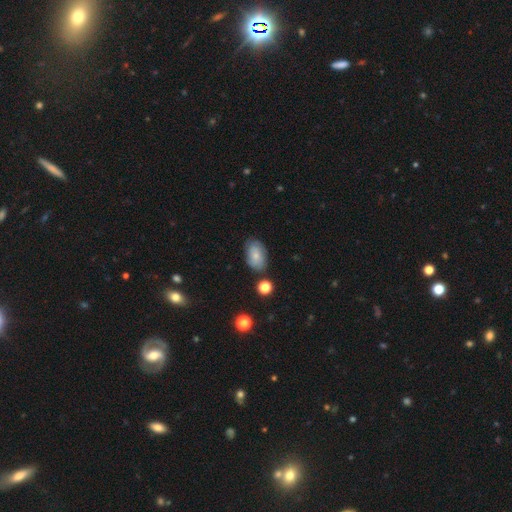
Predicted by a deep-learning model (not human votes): Q: Smooth or featured?
A: smooth (67%); runner-up: featured or disk (24%)
Q: How rounded?
A: in between (88%); runner-up: round (10%)
Q: Merging?
A: none (72%); runner-up: minor disturbance (20%)